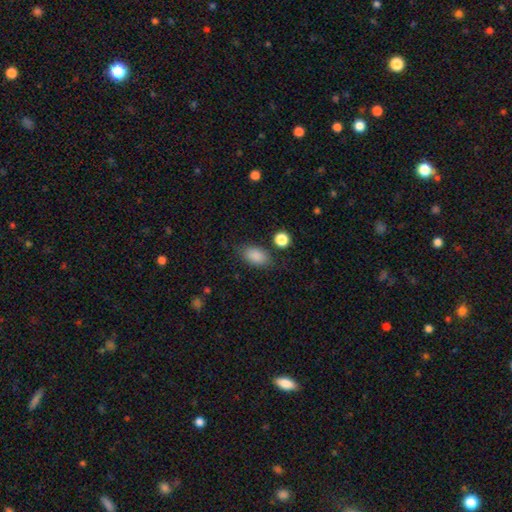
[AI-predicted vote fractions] Smooth or featured: smooth — 87% (star or artifact — 8%)
How rounded: in between — 89% (round — 8%)
Merging: none — 78% (minor disturbance — 14%)